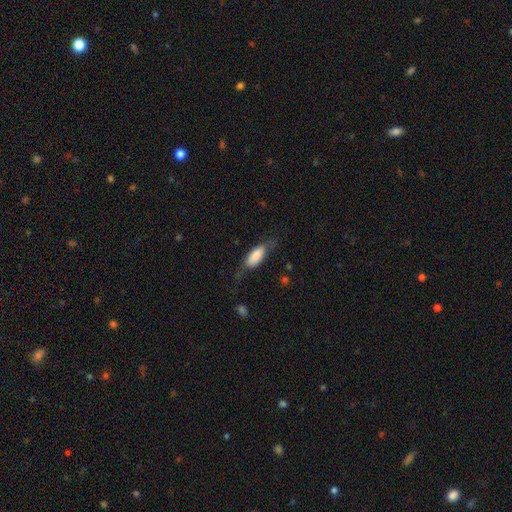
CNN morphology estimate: smooth 77%, featured or disk 17%, star or artifact 6%. Down the decision tree: how rounded — in between (74%); merging — none (57%).